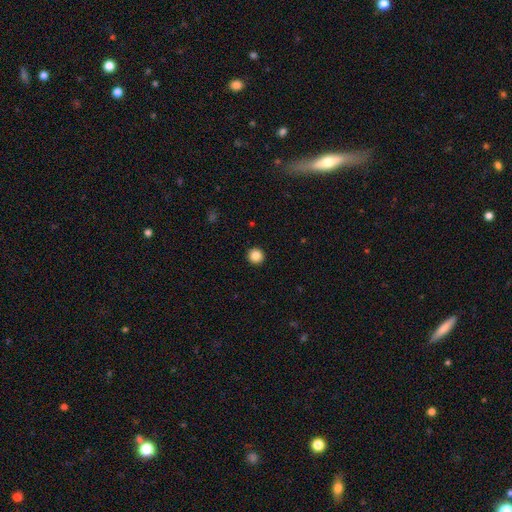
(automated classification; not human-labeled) Q: Smooth or featured?
A: smooth (86%); runner-up: star or artifact (10%)
Q: How rounded?
A: round (95%); runner-up: in between (4%)
Q: Merging?
A: none (94%); runner-up: minor disturbance (4%)